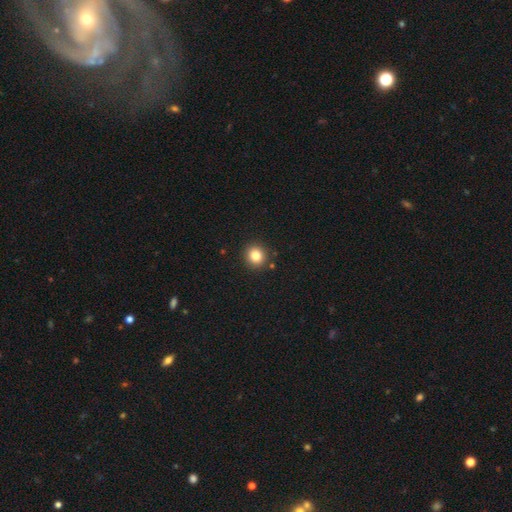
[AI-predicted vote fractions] A smooth galaxy with no disk features (83%) that is round (90%).

Vote fractions:
- Smooth or featured? smooth: 83% / star or artifact: 11% / featured or disk: 6%
- How rounded? round: 90% / in between: 9% / cigar-shaped: 1%
- Merging? none: 90% / minor disturbance: 6% / merger: 2% / major disturbance: 2%